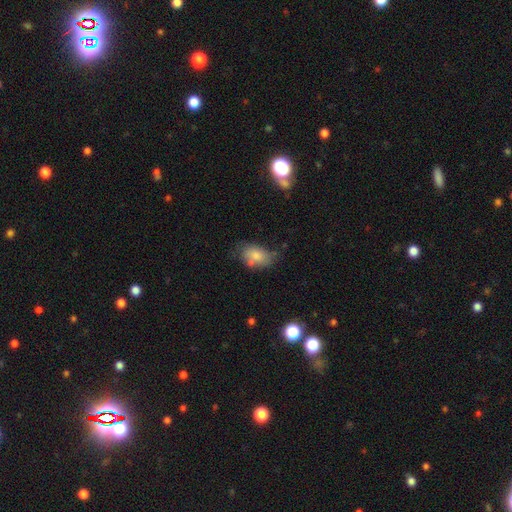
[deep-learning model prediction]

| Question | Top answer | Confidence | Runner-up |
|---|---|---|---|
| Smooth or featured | smooth | 77% | featured or disk (15%) |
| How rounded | in between | 87% | round (11%) |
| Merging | none | 49% | minor disturbance (30%) |